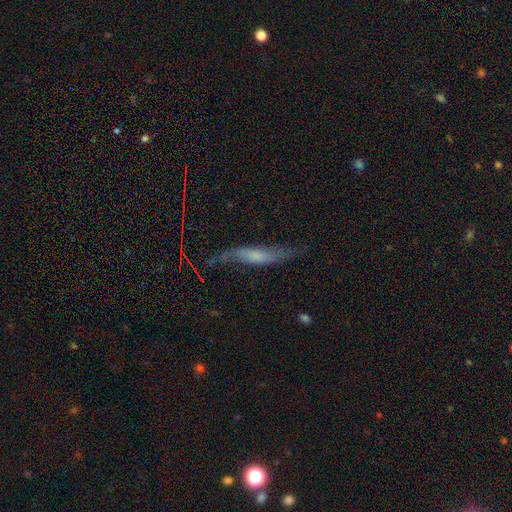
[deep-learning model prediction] A featured or disk galaxy (57%) viewed edge-on (53%).

Vote fractions:
- Smooth or featured? featured or disk: 57% / smooth: 34% / star or artifact: 9%
- Edge-on disk? yes: 53% / no: 47%
- Merging? none: 48% / minor disturbance: 27% / major disturbance: 21% / merger: 4%